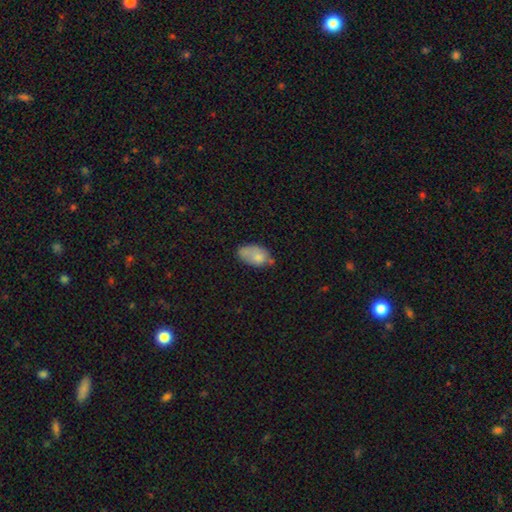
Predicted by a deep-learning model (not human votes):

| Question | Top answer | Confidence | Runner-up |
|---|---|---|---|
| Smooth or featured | smooth | 76% | featured or disk (15%) |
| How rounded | in between | 90% | round (8%) |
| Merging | none | 42% | minor disturbance (34%) |